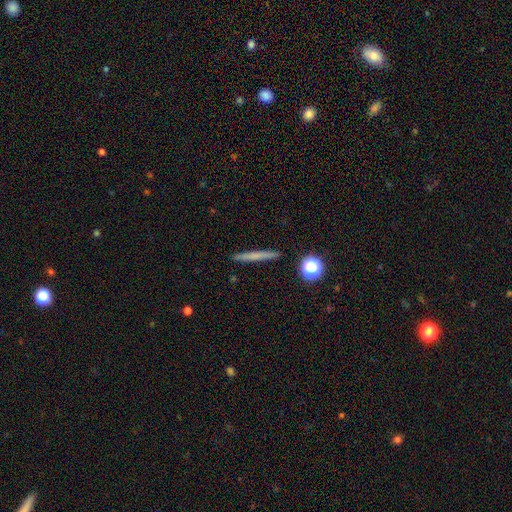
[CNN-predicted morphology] This is likely a smooth galaxy (60%). How rounded: clearly cigar-shaped (95%). Merging: clearly none (91%).